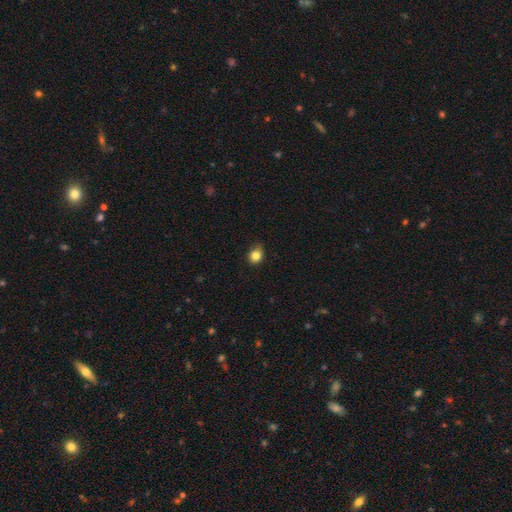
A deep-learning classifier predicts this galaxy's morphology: Smooth or featured?
  - smooth: 83% *
  - star or artifact: 11%
  - featured or disk: 6%
How rounded?
  - round: 68% *
  - in between: 31%
  - cigar-shaped: 1%
Merging?
  - none: 74% *
  - minor disturbance: 21%
  - major disturbance: 4%
  - merger: 1%